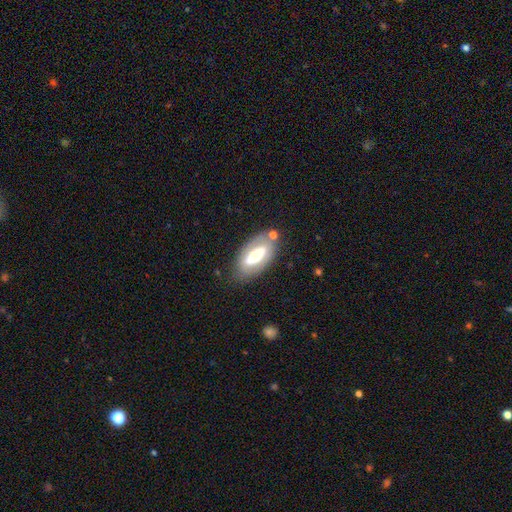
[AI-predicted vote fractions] Smooth or featured? Predicted: featured or disk (p=0.53). Edge-on disk? Predicted: no (p=0.79). Merging? Predicted: none (p=0.70).